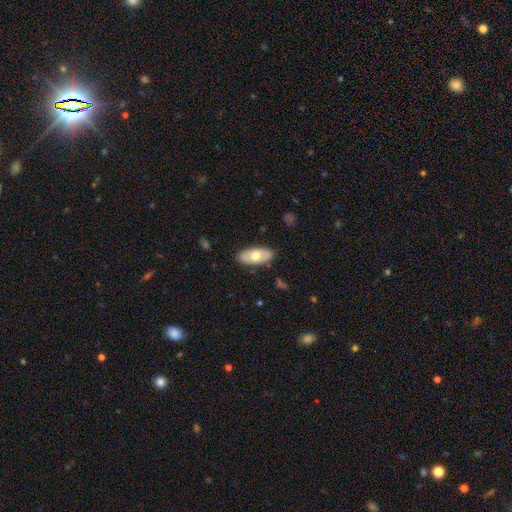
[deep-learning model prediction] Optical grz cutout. It shows a smooth galaxy with no disk features (59%) that is in between round and cigar-shaped (91%). Merging: none (86%).